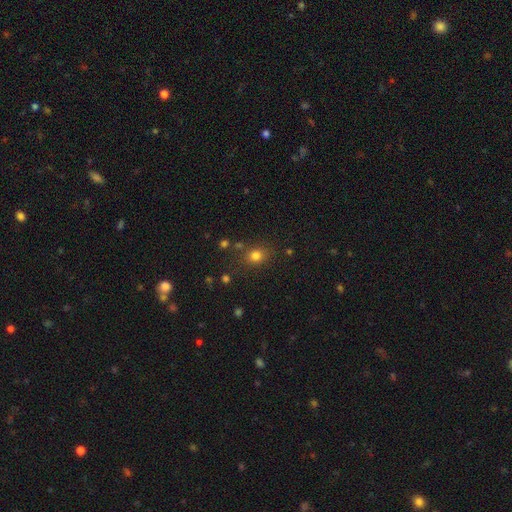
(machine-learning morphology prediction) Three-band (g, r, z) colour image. It shows a smooth galaxy with no disk features (78%) that is round (67%). Merging: none (78%).